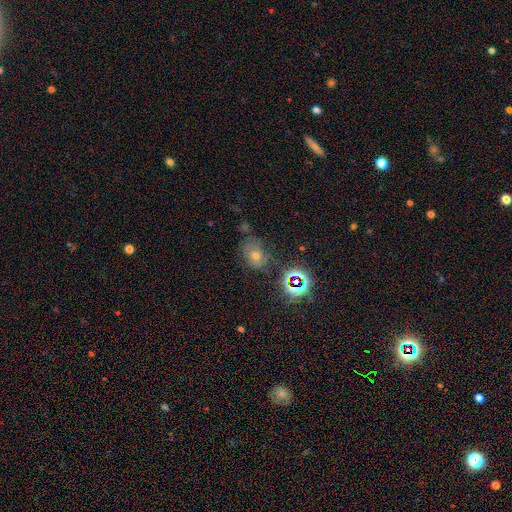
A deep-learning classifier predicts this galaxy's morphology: Smooth or featured? star or artifact (44%)